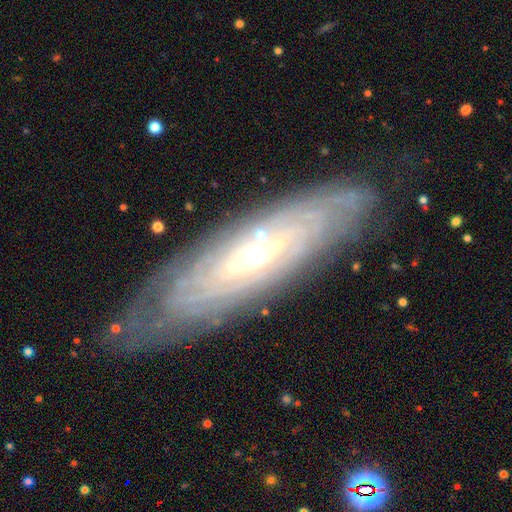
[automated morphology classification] This is clearly a featured or disk galaxy (83%). It is likely not viewed edge-on (76%). Bar: possibly no (56%). Spiral arm pattern: clearly yes (88%). Spiral arm count: likely can't tell (66%). Spiral winding: clearly tight (84%). Central bulge: possibly small (56%). Merging: clearly none (80%).